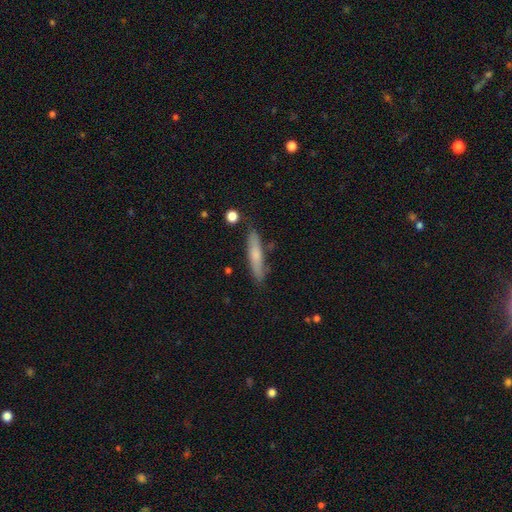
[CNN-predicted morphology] Q: Smooth or featured?
A: smooth (54%); runner-up: featured or disk (38%)
Q: How rounded?
A: cigar-shaped (90%); runner-up: in between (8%)
Q: Merging?
A: none (83%); runner-up: minor disturbance (12%)